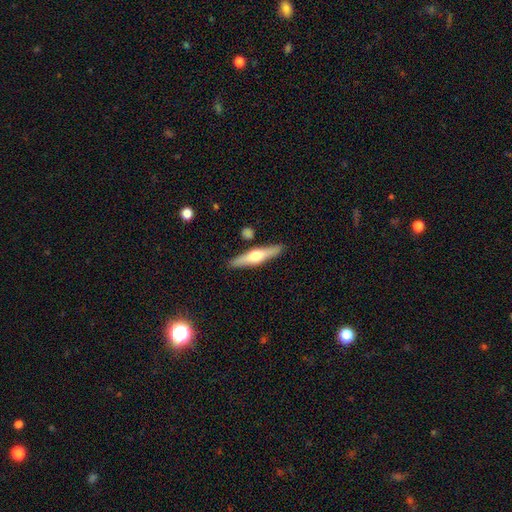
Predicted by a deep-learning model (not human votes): Smooth or featured? Predicted: featured or disk (p=0.56). Edge-on disk? Predicted: yes (p=0.94). Edge-on bulge? Predicted: rounded (p=0.92). Merging? Predicted: none (p=0.87).